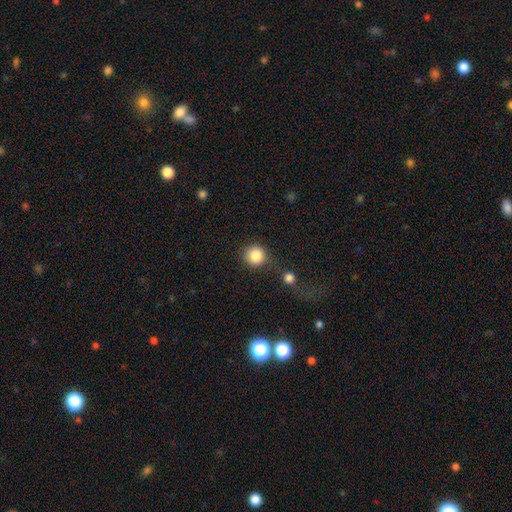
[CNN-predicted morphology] Smooth or featured: smooth — 86% (star or artifact — 9%)
How rounded: round — 91% (in between — 8%)
Merging: none — 70% (merger — 12%)